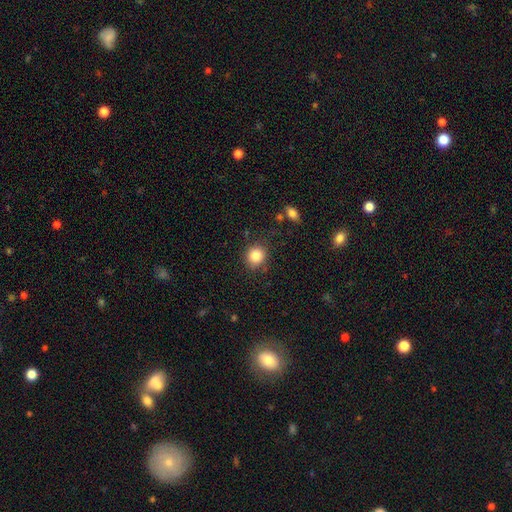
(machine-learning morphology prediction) Smooth or featured: smooth — 84% (star or artifact — 10%)
How rounded: round — 83% (in between — 16%)
Merging: none — 83% (minor disturbance — 11%)